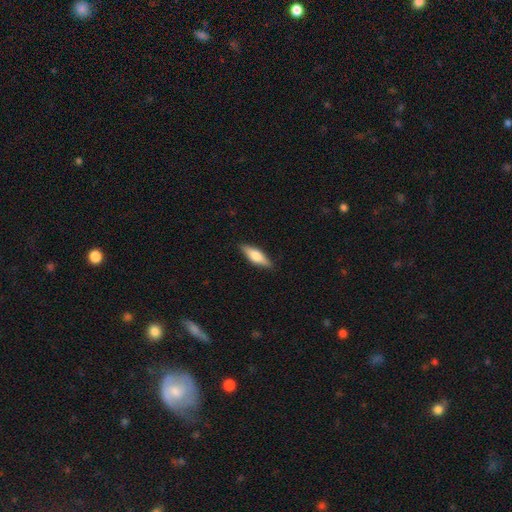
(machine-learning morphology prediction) Smooth or featured? Predicted: smooth (p=0.62). How rounded? Predicted: in between (p=0.54). Merging? Predicted: none (p=0.87).